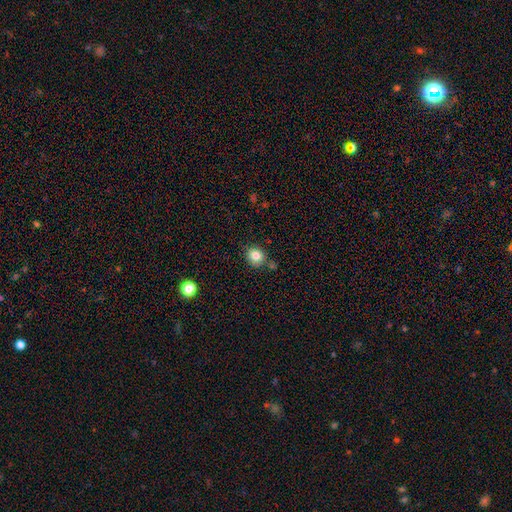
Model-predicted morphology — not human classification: Smooth or featured? smooth (83%)
How rounded? round (76%)
Merging? none (74%)